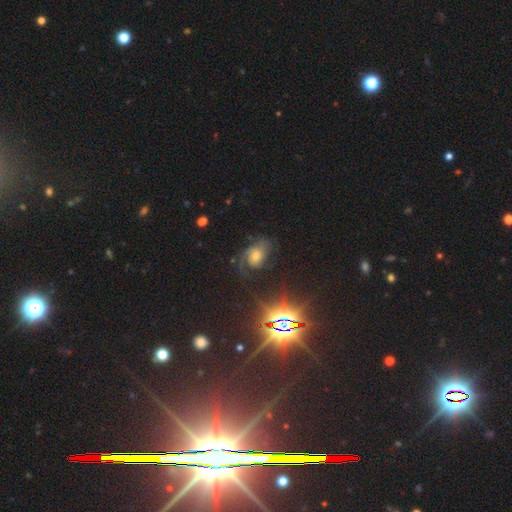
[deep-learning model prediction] The model was most divided on "smooth or featured": featured or disk: 45%, star or artifact: 33%, smooth: 22%. More confident: merging — none (60%).